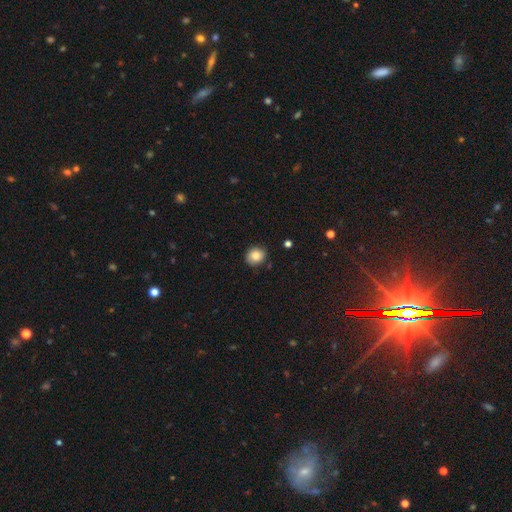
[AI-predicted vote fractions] smooth-or-featured: smooth: 83% | star or artifact: 9% | featured or disk: 8%
  how-rounded: round: 73% | in between: 26% | cigar-shaped: 1%
  merging: none: 82% | minor disturbance: 14% | major disturbance: 3% | merger: 2%